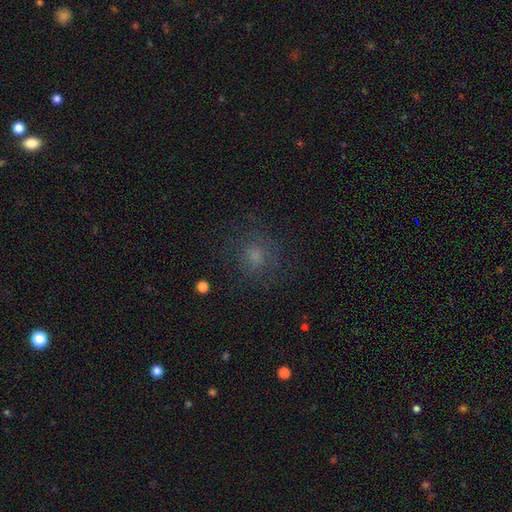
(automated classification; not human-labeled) smooth_or_featured: smooth (p=0.62) [alt: star or artifact p=0.21]
how_rounded: round (p=0.84) [alt: in between p=0.15]
merging: none (p=0.76) [alt: minor disturbance p=0.13]